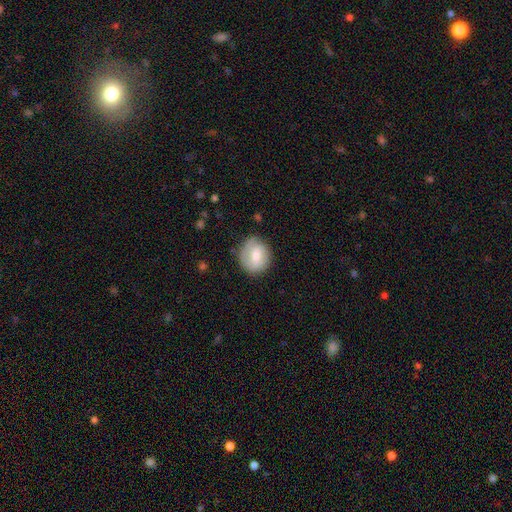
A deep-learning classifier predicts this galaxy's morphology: Q: Smooth or featured?
A: smooth (66%); runner-up: featured or disk (27%)
Q: How rounded?
A: round (75%); runner-up: in between (24%)
Q: Merging?
A: none (71%); runner-up: minor disturbance (21%)